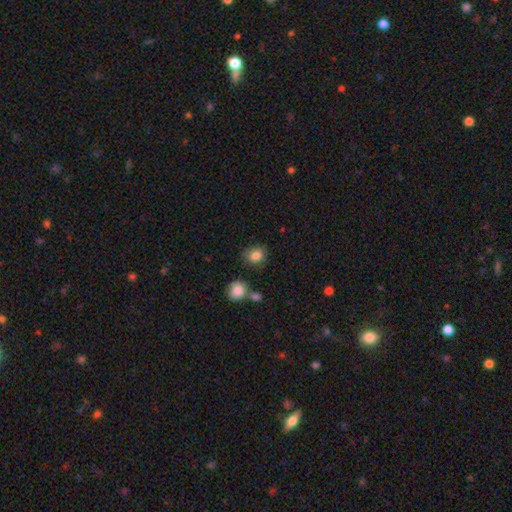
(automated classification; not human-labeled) smooth-or-featured: smooth: 84% | star or artifact: 9% | featured or disk: 7%
  how-rounded: round: 64% | in between: 35% | cigar-shaped: 1%
  merging: none: 73% | minor disturbance: 17% | merger: 5% | major disturbance: 5%